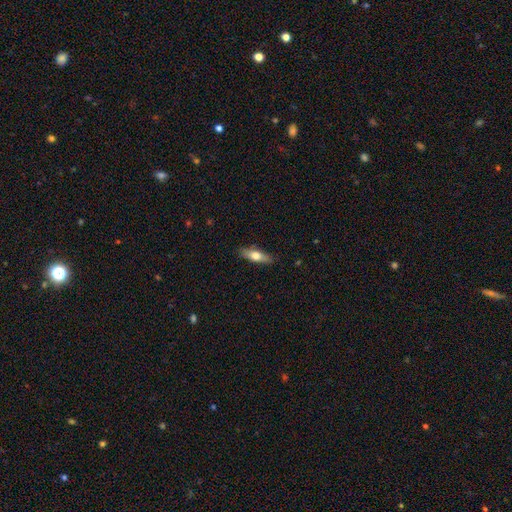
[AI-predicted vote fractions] Smooth or featured? Predicted: smooth (p=0.63). How rounded? Predicted: cigar-shaped (p=0.49). Merging? Predicted: none (p=0.85).